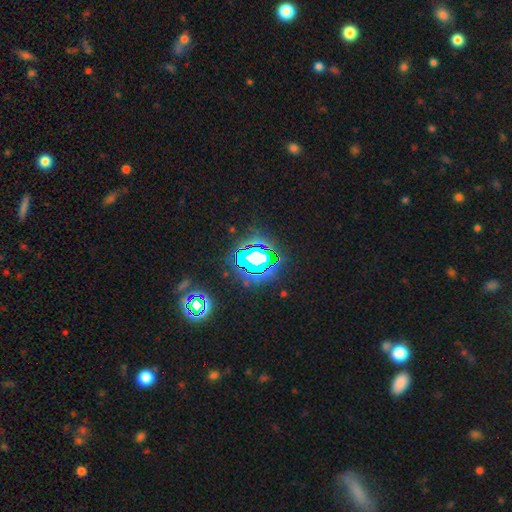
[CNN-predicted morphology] A star or artifact, not a galaxy (78%).

Vote fractions:
- Smooth or featured? star or artifact: 78% / smooth: 13% / featured or disk: 9%